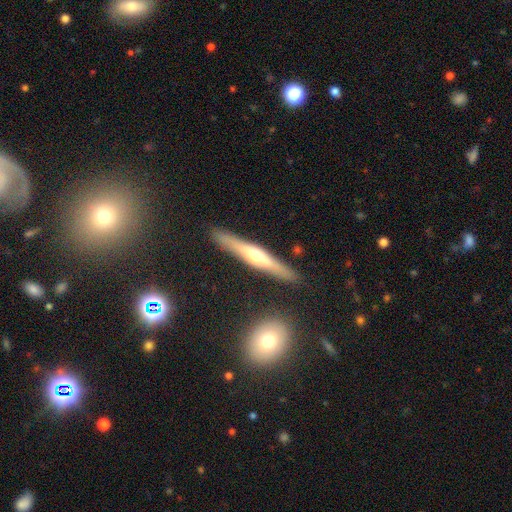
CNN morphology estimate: Overall: featured or disk (64%; smooth 30%). Edge-on disk: yes (95%). Edge-on bulge: rounded (87%). Merging: none (89%).